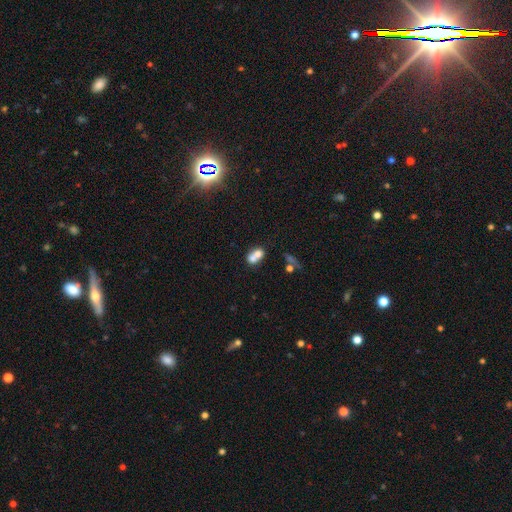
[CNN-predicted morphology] Smooth or featured: smooth — 67% (featured or disk — 23%)
How rounded: in between — 54% (round — 44%)
Merging: merger — 69% (none — 20%)